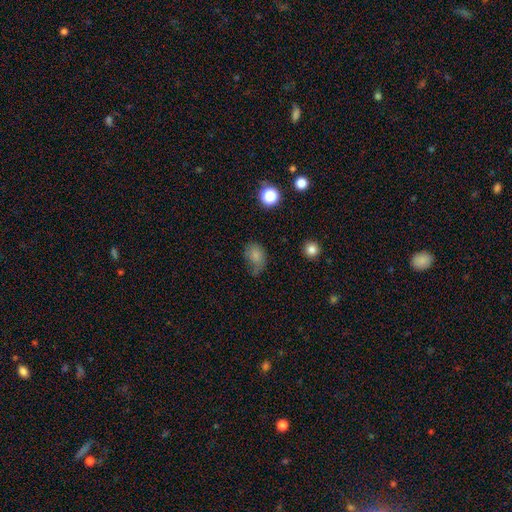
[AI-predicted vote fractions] This appears to be a smooth galaxy with no disk features (76%) that is in between round and cigar-shaped (69%). Merging: none (41%).